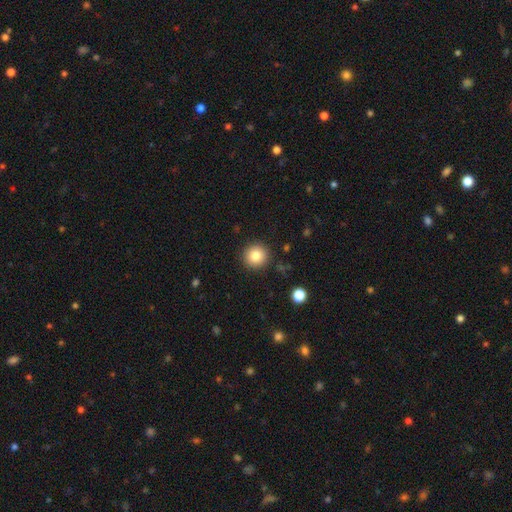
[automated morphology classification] The model was most divided on "smooth or featured": smooth: 82%, star or artifact: 10%, featured or disk: 8%. More confident: how rounded — round (94%); merging — none (91%).